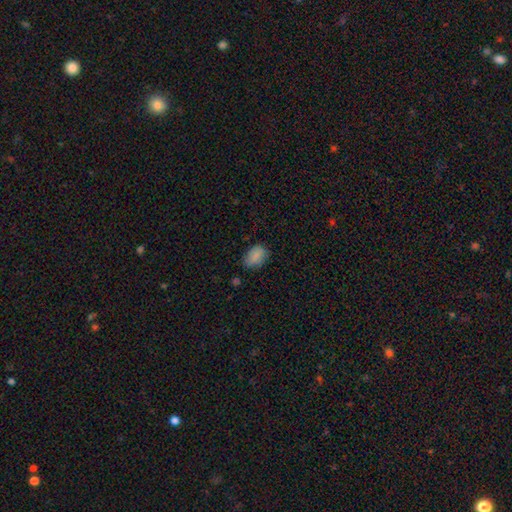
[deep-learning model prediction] Smooth or featured: smooth — 86% (star or artifact — 8%)
How rounded: in between — 84% (round — 15%)
Merging: none — 75% (minor disturbance — 20%)